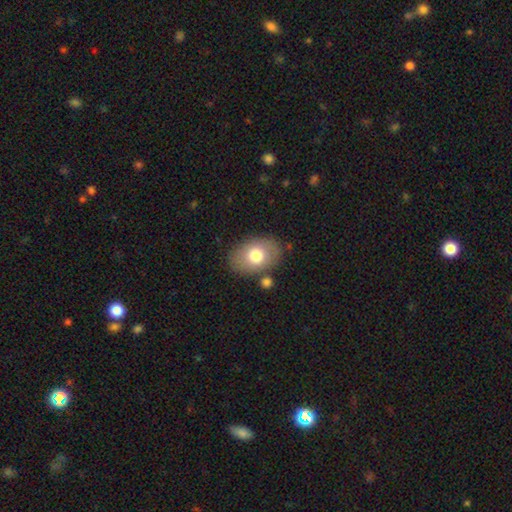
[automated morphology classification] Smooth or featured? Predicted: smooth (p=0.74). How rounded? Predicted: in between (p=0.82). Merging? Predicted: none (p=0.80).